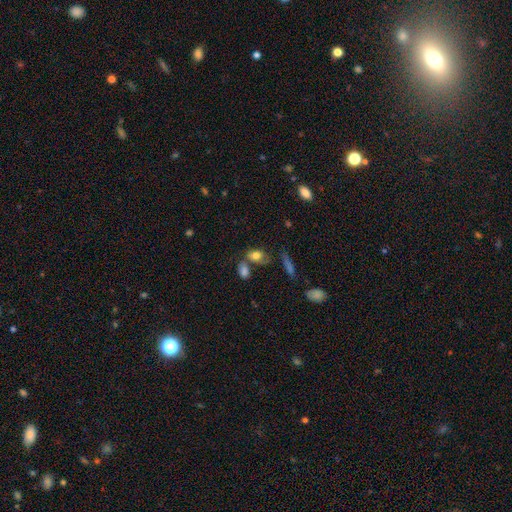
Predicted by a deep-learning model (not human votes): A smooth galaxy with no disk features (76%) that is in between round and cigar-shaped (84%). Merging: none (45%).